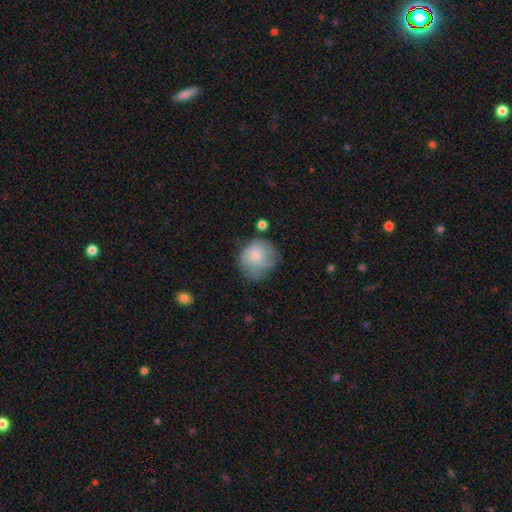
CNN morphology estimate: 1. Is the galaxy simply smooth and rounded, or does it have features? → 57% smooth, 35% featured or disk, 8% star or artifact.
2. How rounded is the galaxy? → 74% round, 25% in between, 1% cigar-shaped.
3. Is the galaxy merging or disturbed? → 49% none, 28% minor disturbance, 19% major disturbance, 4% merger.